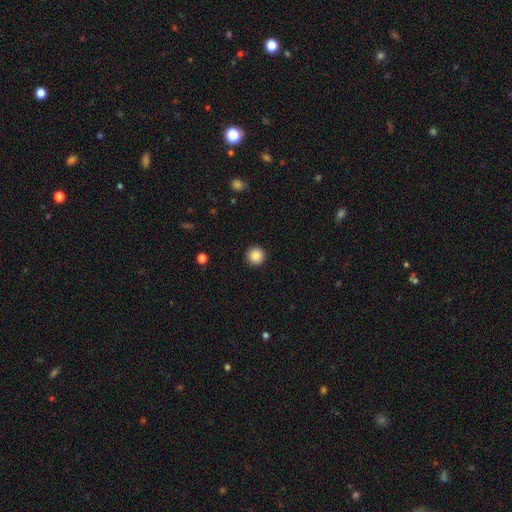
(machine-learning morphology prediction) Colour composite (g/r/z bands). It shows a smooth galaxy with no disk features (87%) that is round (96%). Merging: none (93%).